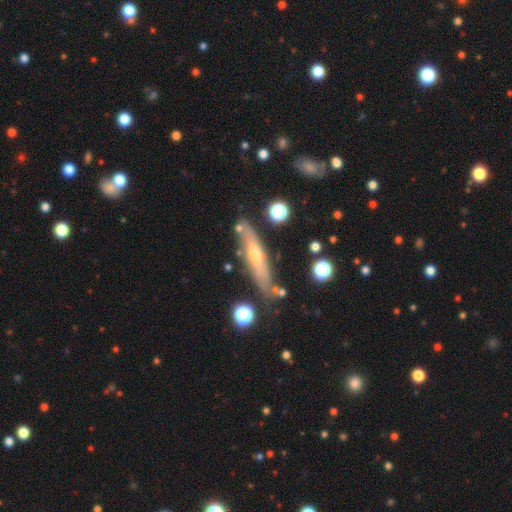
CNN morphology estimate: type=featured or disk (65%); edge-on=yes (73%); merging=none (73%).